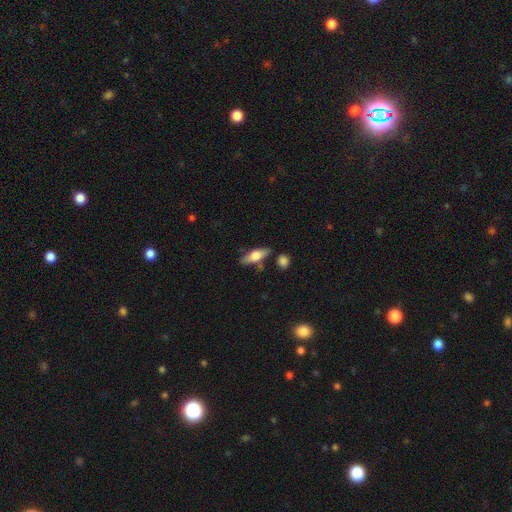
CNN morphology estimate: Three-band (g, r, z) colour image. It shows a smooth galaxy with no disk features (56%) that is in between round and cigar-shaped (58%). Merging: none (77%).